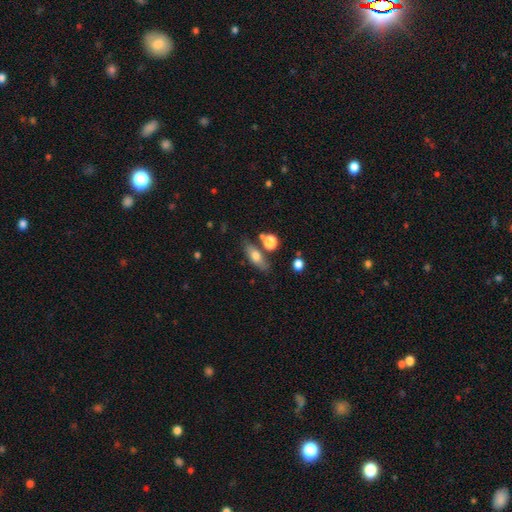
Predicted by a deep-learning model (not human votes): Smooth or featured: smooth — 67% (featured or disk — 25%)
How rounded: in between — 60% (cigar-shaped — 32%)
Merging: none — 73% (minor disturbance — 13%)